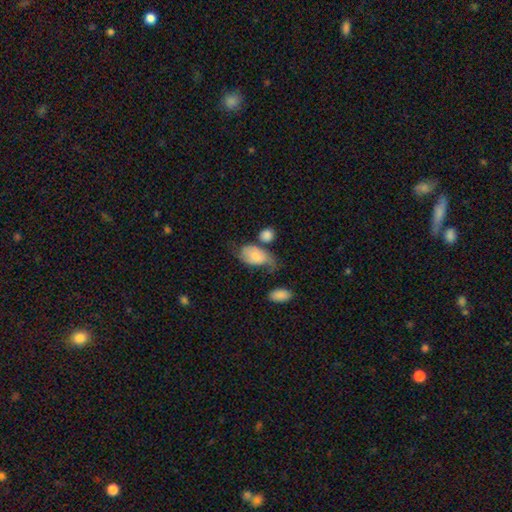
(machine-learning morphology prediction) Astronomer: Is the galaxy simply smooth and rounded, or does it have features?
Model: smooth — 63%.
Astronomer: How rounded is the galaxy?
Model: in between — 87%.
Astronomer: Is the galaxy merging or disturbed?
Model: none — 28%, tied with minor disturbance at 28%.